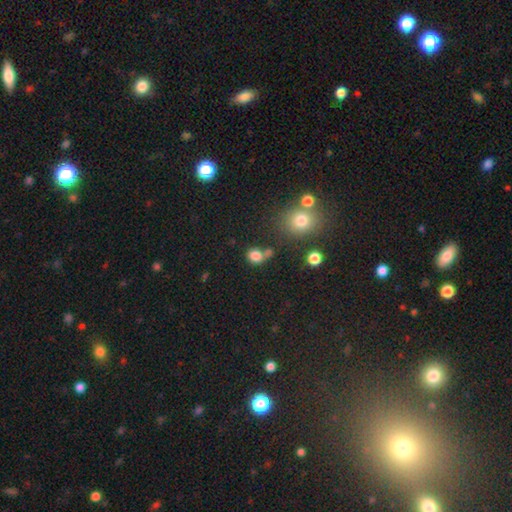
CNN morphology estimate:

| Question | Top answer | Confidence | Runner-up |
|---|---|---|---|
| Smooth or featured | smooth | 81% | star or artifact (13%) |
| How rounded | round | 63% | in between (35%) |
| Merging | none | 52% | merger (26%) |